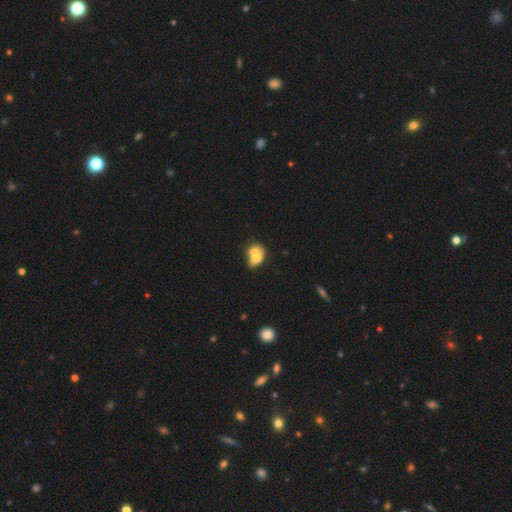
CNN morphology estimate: type=smooth (65%); roundness=in between (59%); merging=merger (69%).